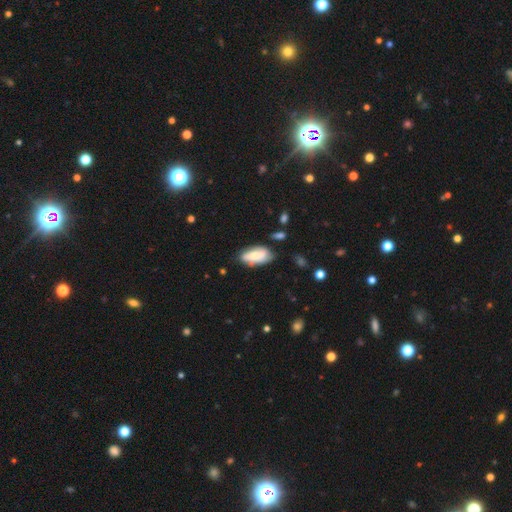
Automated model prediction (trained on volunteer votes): A smooth galaxy with no disk features (64%) that is in between round and cigar-shaped (89%). Merging: none (64%).